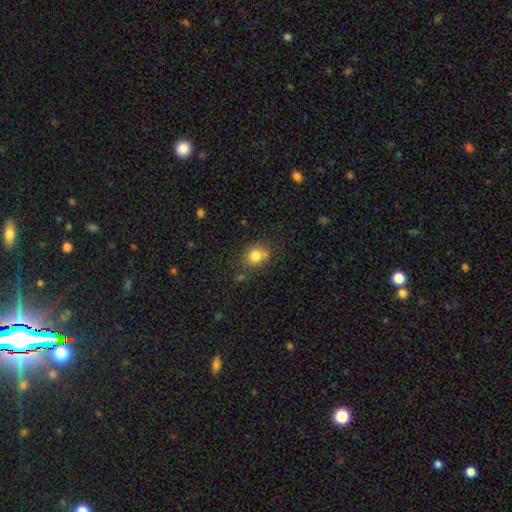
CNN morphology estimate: Smooth or featured?
  - smooth: 80% *
  - star or artifact: 11%
  - featured or disk: 9%
How rounded?
  - round: 67% *
  - in between: 32%
  - cigar-shaped: 1%
Merging?
  - none: 73% *
  - minor disturbance: 15%
  - merger: 8%
  - major disturbance: 4%